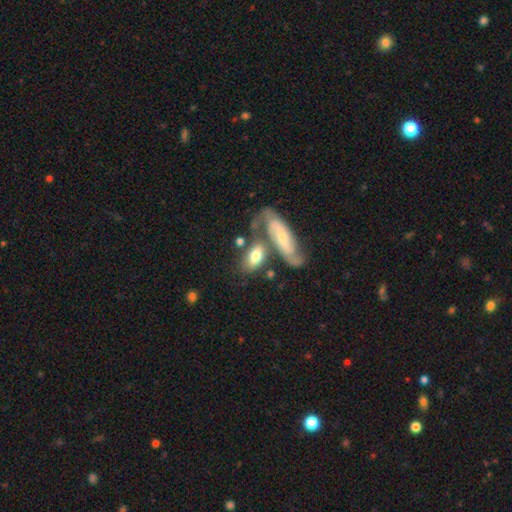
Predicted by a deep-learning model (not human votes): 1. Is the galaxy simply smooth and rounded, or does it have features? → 63% smooth, 31% featured or disk, 6% star or artifact.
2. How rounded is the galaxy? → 83% in between, 10% cigar-shaped, 7% round.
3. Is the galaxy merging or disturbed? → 41% merger, 36% none, 14% minor disturbance, 8% major disturbance.